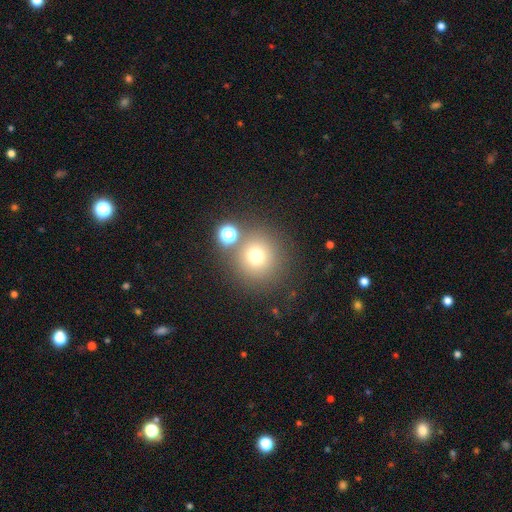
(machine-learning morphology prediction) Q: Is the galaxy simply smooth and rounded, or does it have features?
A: smooth — 72%.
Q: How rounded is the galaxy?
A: round — 94%.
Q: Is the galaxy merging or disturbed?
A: none — 78%.